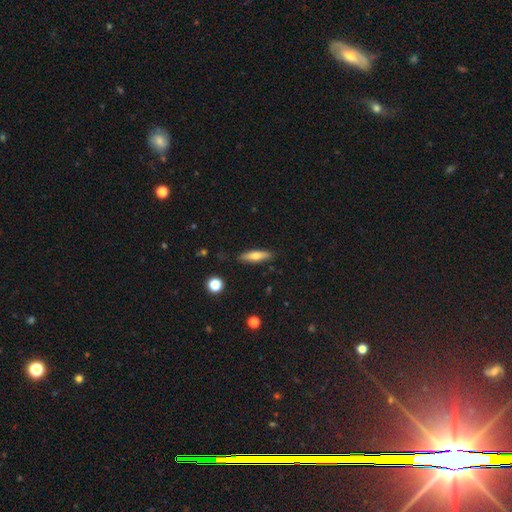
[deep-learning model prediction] Morphology: type=smooth (63%); roundness=cigar-shaped (69%); merging=none (87%).